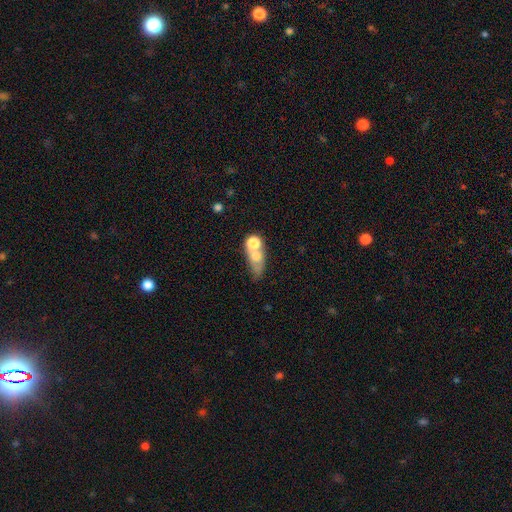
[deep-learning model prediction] Smooth or featured?
  - smooth: 60% *
  - featured or disk: 29%
  - star or artifact: 11%
How rounded?
  - in between: 55% *
  - round: 33%
  - cigar-shaped: 12%
Merging?
  - merger: 57% *
  - none: 23%
  - minor disturbance: 10%
  - major disturbance: 10%